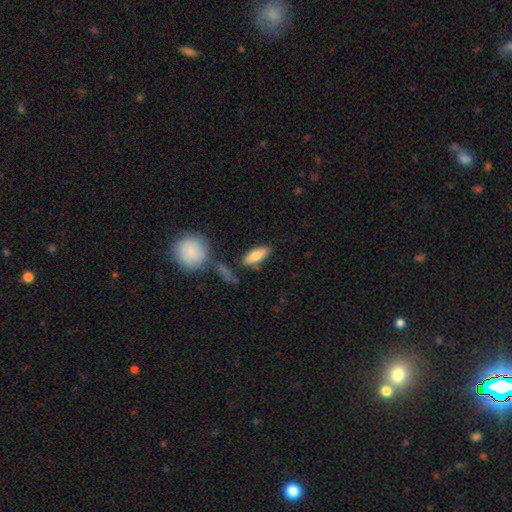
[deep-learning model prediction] Smooth or featured? smooth (76%)
How rounded? in between (72%)
Merging? none (73%)